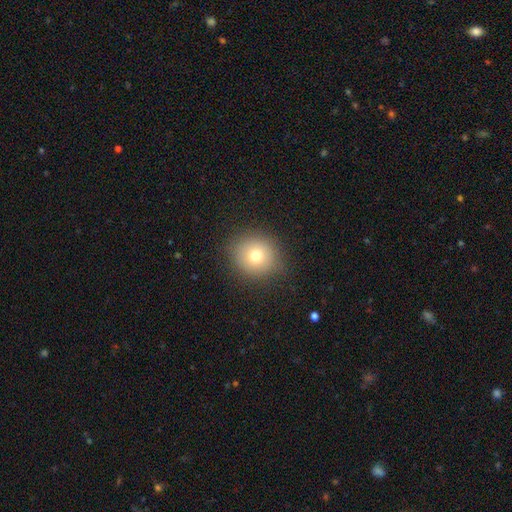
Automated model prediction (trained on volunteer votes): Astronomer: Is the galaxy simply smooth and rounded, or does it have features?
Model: smooth — 75%.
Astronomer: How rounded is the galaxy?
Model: round — 88%.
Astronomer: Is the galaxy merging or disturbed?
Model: none — 87%.